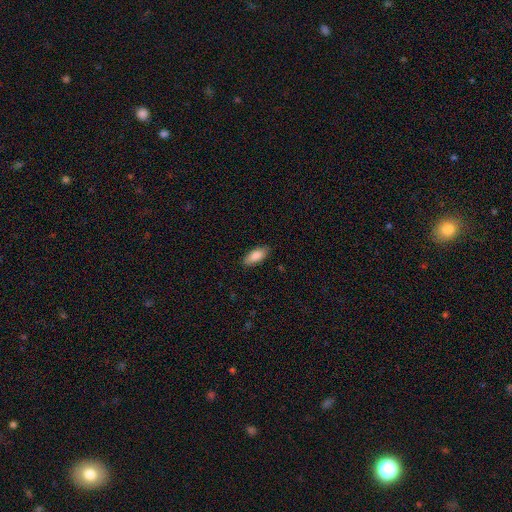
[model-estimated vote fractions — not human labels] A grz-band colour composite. It shows a smooth galaxy with no disk features (88%) that is in between round and cigar-shaped (84%). Merging: none (86%).